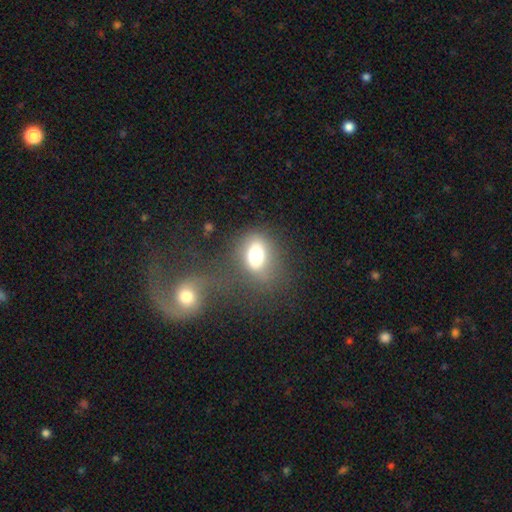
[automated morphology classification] A smooth galaxy with no disk features (73%) that is in between round and cigar-shaped (64%).

Vote fractions:
- Smooth or featured? smooth: 73% / featured or disk: 15% / star or artifact: 13%
- How rounded? in between: 64% / round: 34% / cigar-shaped: 2%
- Merging? none: 60% / minor disturbance: 17% / major disturbance: 12% / merger: 11%